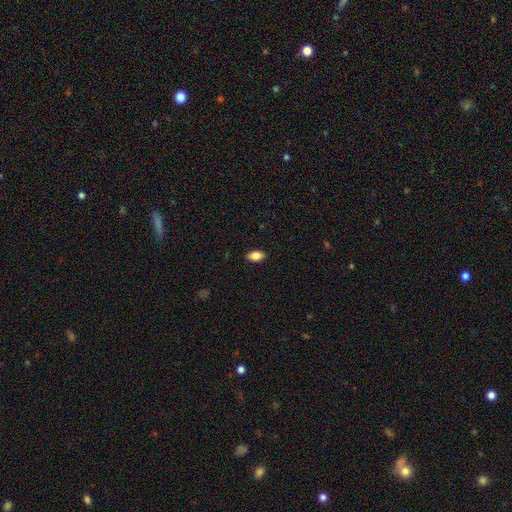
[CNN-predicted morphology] Smooth or featured? smooth (83%)
How rounded? in between (91%)
Merging? none (88%)